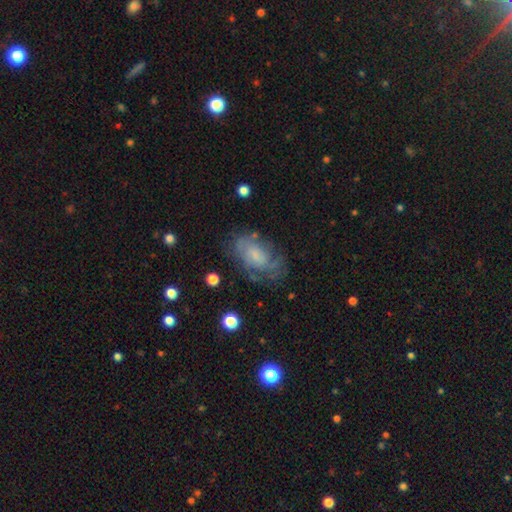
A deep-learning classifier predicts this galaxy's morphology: Smooth or featured: featured or disk — 59% (smooth — 32%)
Edge-on disk: no — 96% (yes — 4%)
Bar: no — 67% (weak — 28%)
Spiral arms: yes — 76% (no — 24%)
Bulge size: small — 51% (moderate — 22%)
Merging: none — 55% (minor disturbance — 24%)